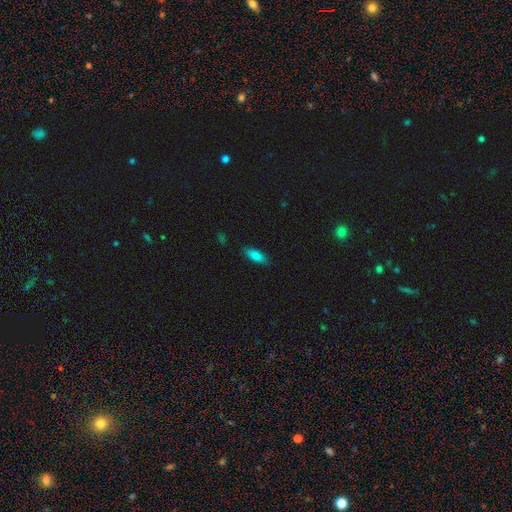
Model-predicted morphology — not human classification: smooth-or-featured: smooth: 75% | featured or disk: 17% | star or artifact: 8%
  how-rounded: in between: 61% | cigar-shaped: 36% | round: 2%
  merging: none: 87% | minor disturbance: 10% | major disturbance: 2% | merger: 1%